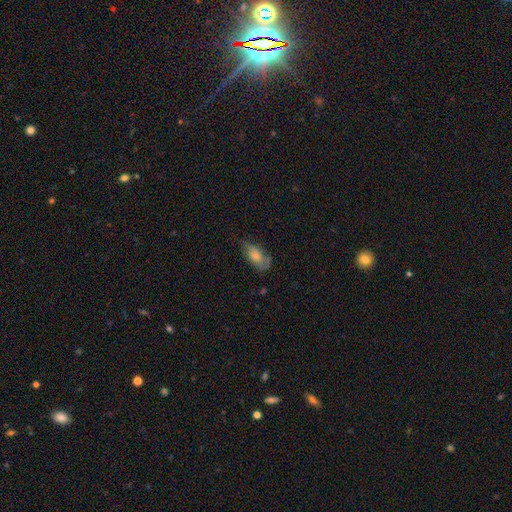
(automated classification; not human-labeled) A smooth galaxy with no disk features (69%) that is in between round and cigar-shaped (89%). Merging: none (48%).